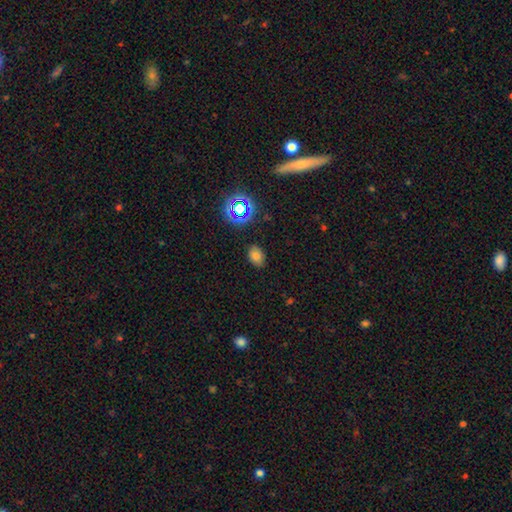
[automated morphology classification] A smooth galaxy with no disk features (74%) that is in between round and cigar-shaped (76%). Merging: none (84%).